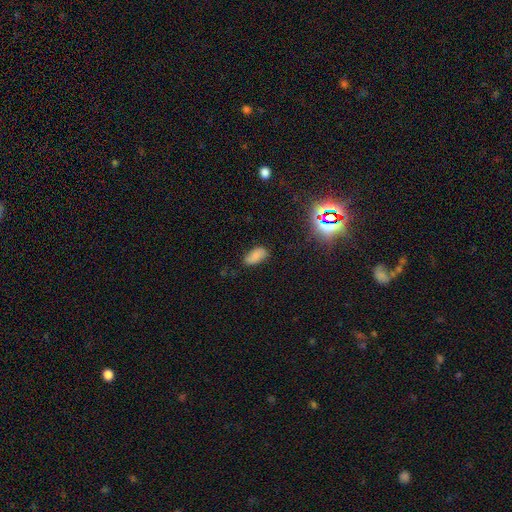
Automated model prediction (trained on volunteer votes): Q: Smooth or featured?
A: smooth (70%); runner-up: featured or disk (19%)
Q: How rounded?
A: in between (92%); runner-up: cigar-shaped (4%)
Q: Merging?
A: none (74%); runner-up: minor disturbance (20%)